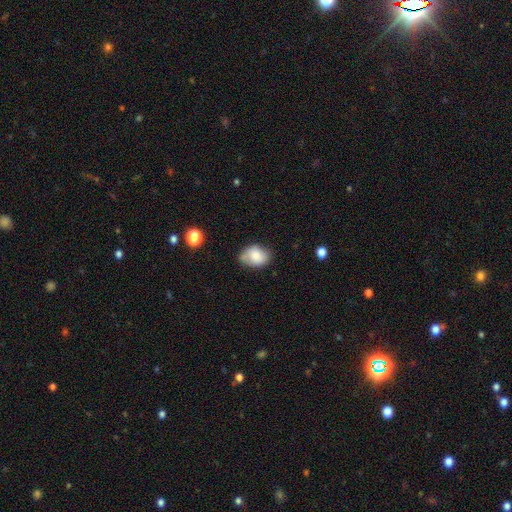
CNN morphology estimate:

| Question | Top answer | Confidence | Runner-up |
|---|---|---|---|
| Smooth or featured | smooth | 79% | featured or disk (13%) |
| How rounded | in between | 73% | round (26%) |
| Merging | none | 63% | minor disturbance (27%) |